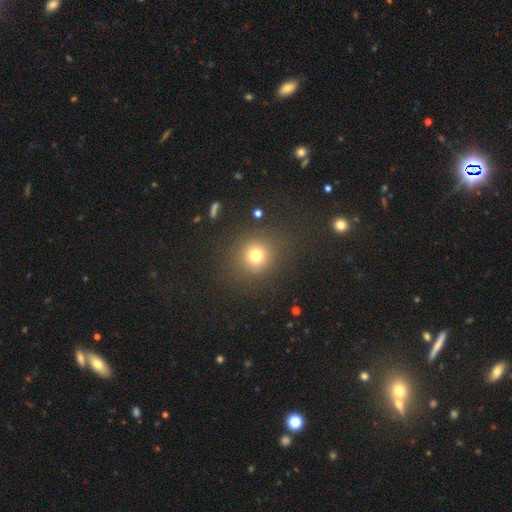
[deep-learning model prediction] Smooth or featured? Predicted: smooth (p=0.75). How rounded? Predicted: round (p=0.88). Merging? Predicted: none (p=0.84).